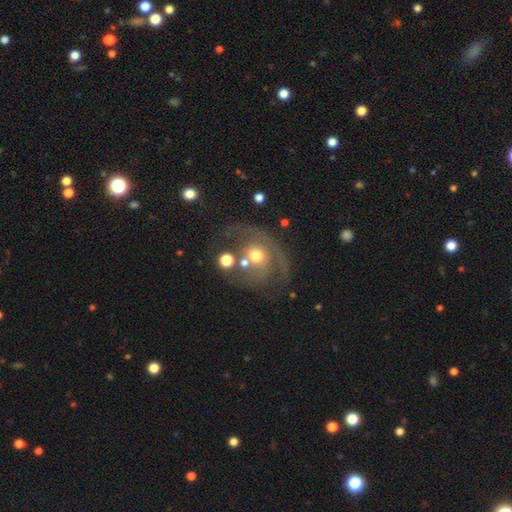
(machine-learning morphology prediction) Smooth or featured? featured or disk (58%)
Edge-on disk? no (96%)
Bar? no (84%)
Spiral arms? yes (54%)
Bulge size? moderate (67%)
Merging? none (40%)